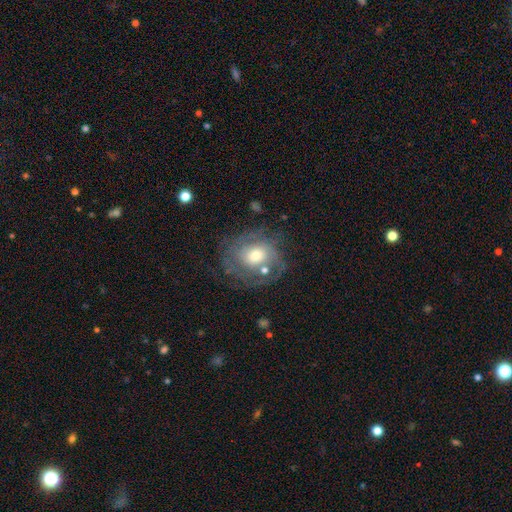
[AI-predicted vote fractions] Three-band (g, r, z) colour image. It shows a featured or disk galaxy (63%) with no bar (76%), spiral arms (73%) and a moderate central bulge (59%). Merging: none (59%).